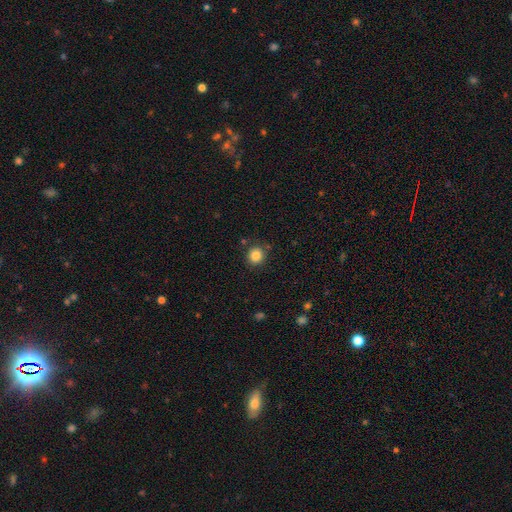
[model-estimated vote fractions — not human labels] Overall: smooth (85%). How rounded: round (89%). Merging: none (85%).